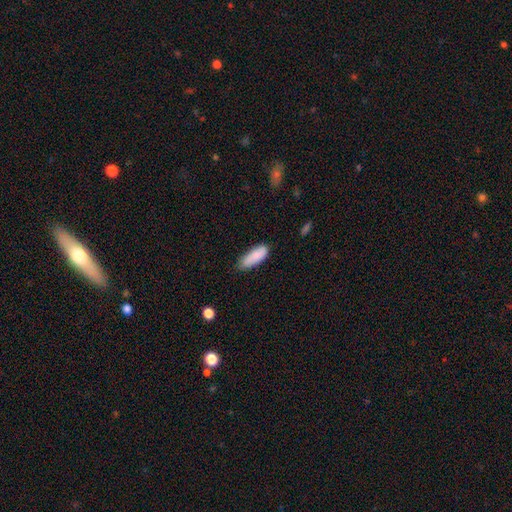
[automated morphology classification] This appears to be a smooth galaxy with no disk features (85%) that is in between round and cigar-shaped (67%). Merging: none (71%).